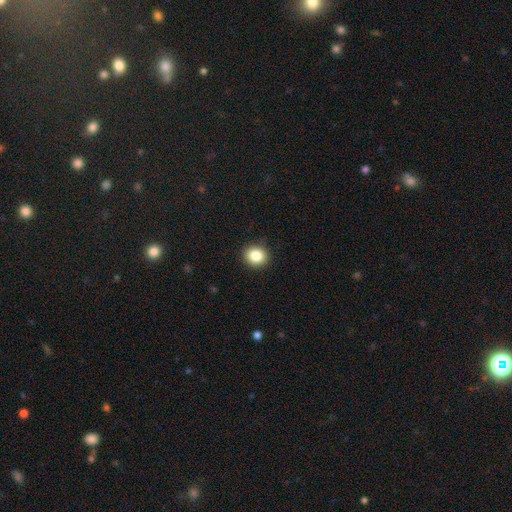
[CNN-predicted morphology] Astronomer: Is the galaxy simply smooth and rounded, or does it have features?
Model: smooth — 85%.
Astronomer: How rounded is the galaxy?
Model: round — 77%.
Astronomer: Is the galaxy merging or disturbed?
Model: none — 90%.